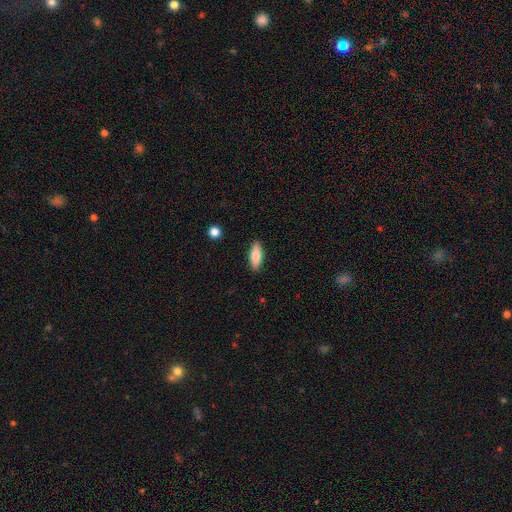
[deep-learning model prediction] A smooth galaxy with no disk features (77%) that is in between round and cigar-shaped (67%). Merging: none (89%).